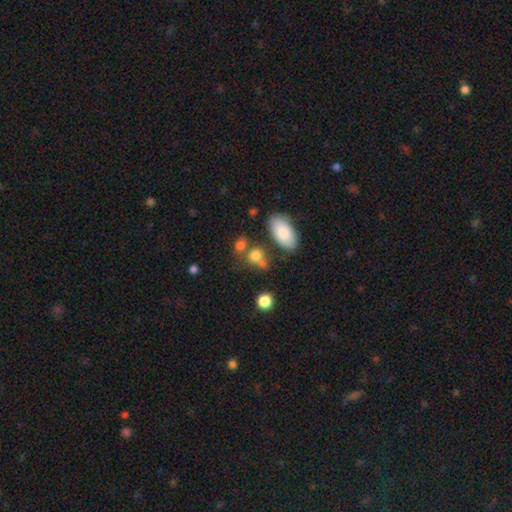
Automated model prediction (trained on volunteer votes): This appears to be a smooth galaxy with no disk features (78%) that is round (49%). Merging: none (48%).